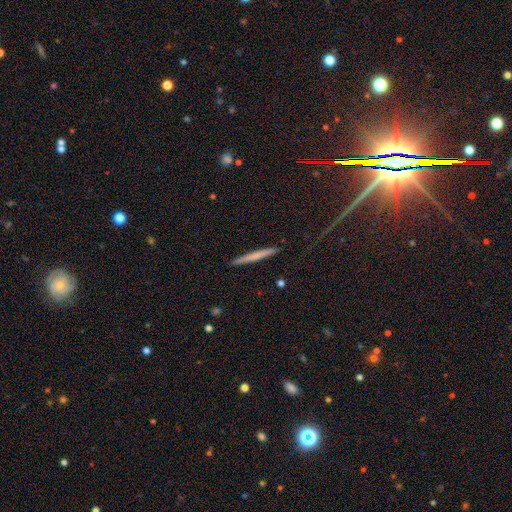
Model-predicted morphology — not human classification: Smooth or featured? smooth (56%)
How rounded? cigar-shaped (96%)
Merging? none (91%)